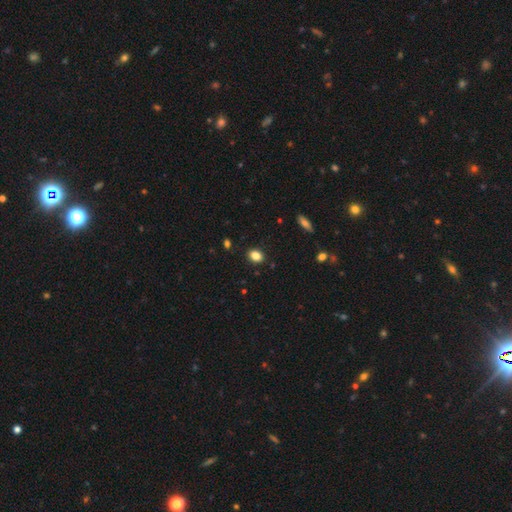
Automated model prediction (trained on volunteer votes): smooth_or_featured: smooth (p=0.84) [alt: star or artifact p=0.11]
how_rounded: in between (p=0.58) [alt: round p=0.40]
merging: none (p=0.89) [alt: minor disturbance p=0.08]